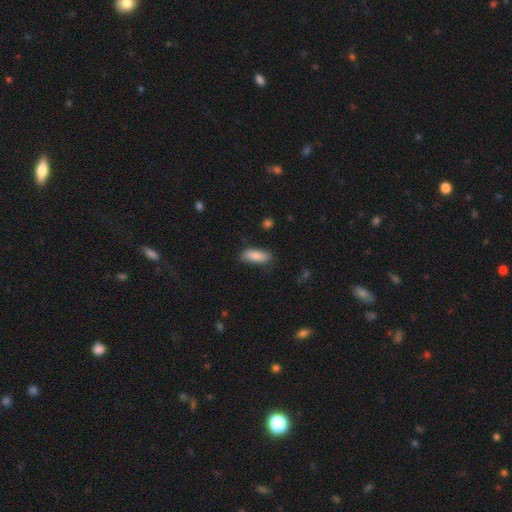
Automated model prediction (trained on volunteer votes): Smooth or featured? smooth (87%)
How rounded? in between (67%)
Merging? none (82%)